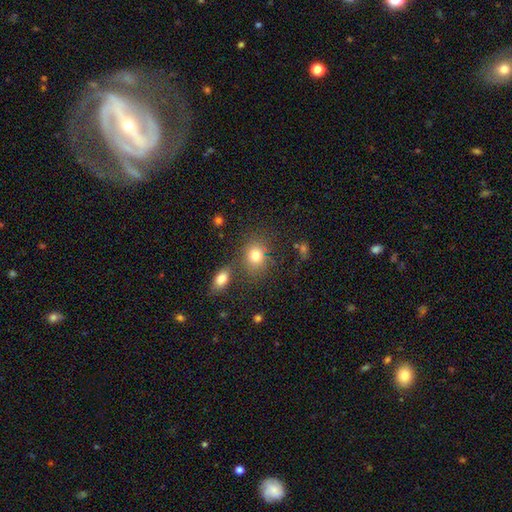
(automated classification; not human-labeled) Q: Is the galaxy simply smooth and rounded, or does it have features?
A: smooth — 79%.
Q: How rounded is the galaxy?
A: round — 53%.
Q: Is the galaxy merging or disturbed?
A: none — 68%.